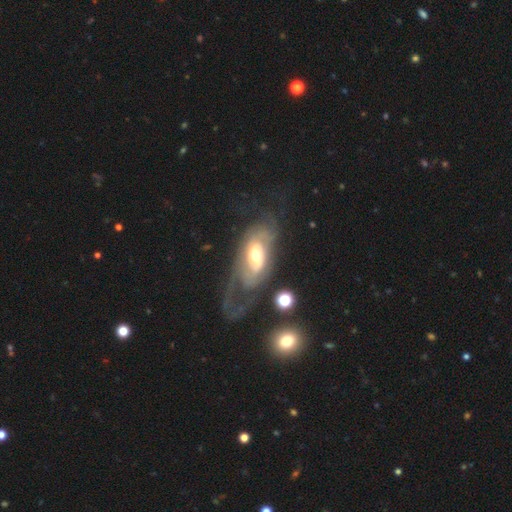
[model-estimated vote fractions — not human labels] Smooth or featured? Predicted: featured or disk (p=0.76). Edge-on disk? Predicted: no (p=0.92). Bar? Predicted: no (p=0.59). Spiral arms? Predicted: yes (p=0.78). Spiral winding? Predicted: tight (p=0.46). Spiral arm count? Predicted: can't tell (p=0.43). Bulge size? Predicted: moderate (p=0.59). Merging? Predicted: major disturbance (p=0.41).